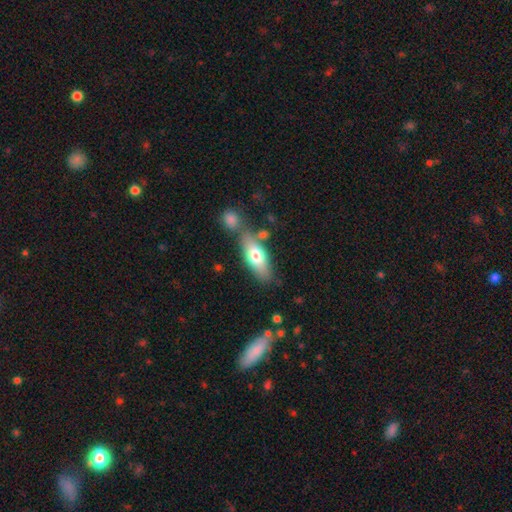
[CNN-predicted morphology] This appears to be a smooth galaxy with no disk features (66%) that is in between round and cigar-shaped (68%). Merging: none (63%).